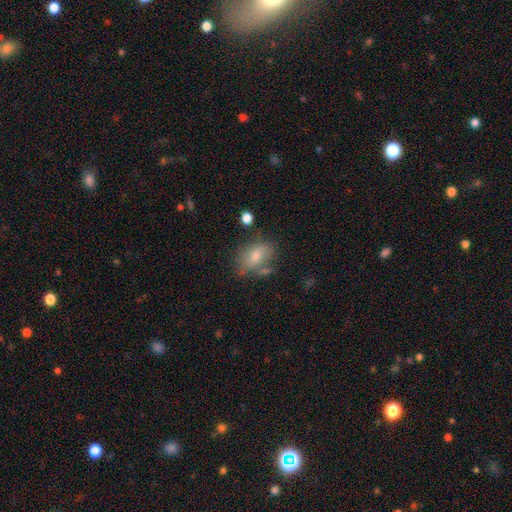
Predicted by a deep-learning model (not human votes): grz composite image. It shows a smooth galaxy with no disk features (71%) that is in between round and cigar-shaped (78%). Merging: none (63%).